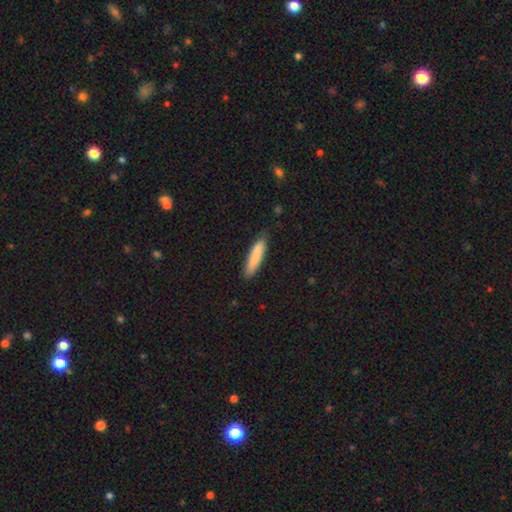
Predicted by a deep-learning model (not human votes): Overall: smooth (84%). How rounded: cigar-shaped (83%). Merging: none (81%).